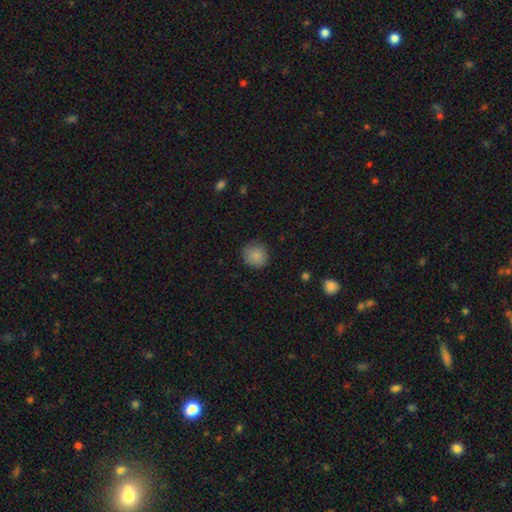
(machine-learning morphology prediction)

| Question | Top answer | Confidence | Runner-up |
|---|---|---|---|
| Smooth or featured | smooth | 86% | star or artifact (9%) |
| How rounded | round | 86% | in between (13%) |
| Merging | none | 85% | minor disturbance (11%) |